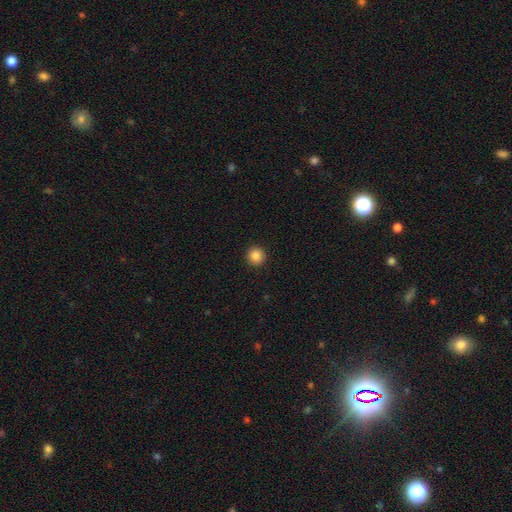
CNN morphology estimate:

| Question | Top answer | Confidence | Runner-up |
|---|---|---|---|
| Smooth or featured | smooth | 86% | star or artifact (10%) |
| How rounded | round | 96% | in between (4%) |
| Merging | none | 93% | minor disturbance (4%) |